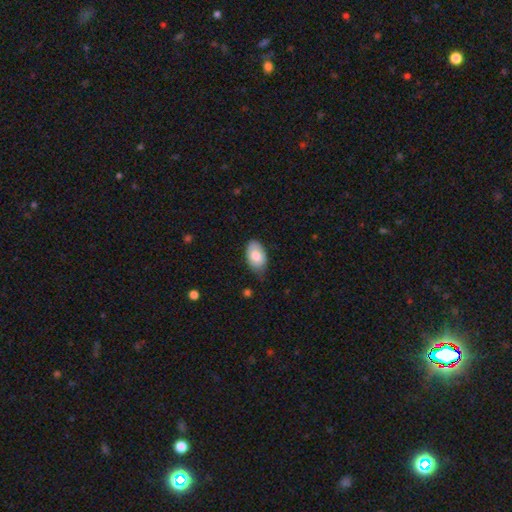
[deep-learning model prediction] smooth 78%, featured or disk 16%, star or artifact 6%. Down the decision tree: how rounded — in between (93%); merging — none (67%).